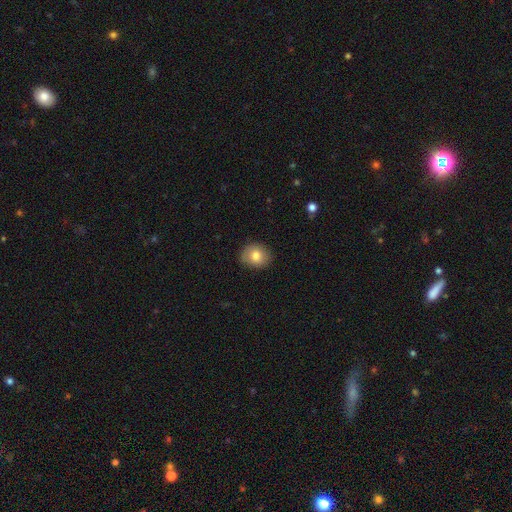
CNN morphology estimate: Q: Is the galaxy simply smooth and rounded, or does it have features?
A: smooth — 79%.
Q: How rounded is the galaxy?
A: round — 60%.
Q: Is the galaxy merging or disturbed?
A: none — 83%.